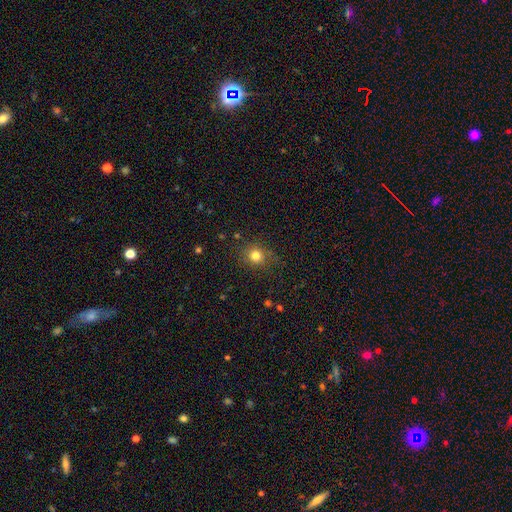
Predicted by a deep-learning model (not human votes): This appears to be a smooth galaxy with no disk features (79%) that is round (85%). Merging: none (82%).